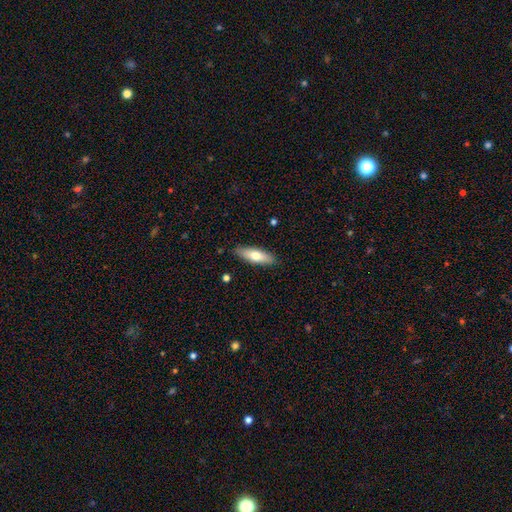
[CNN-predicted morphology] The model was most divided on "how rounded": in between: 53%, cigar-shaped: 45%, round: 2%. More confident: merging — none (88%); smooth or featured — smooth (66%).